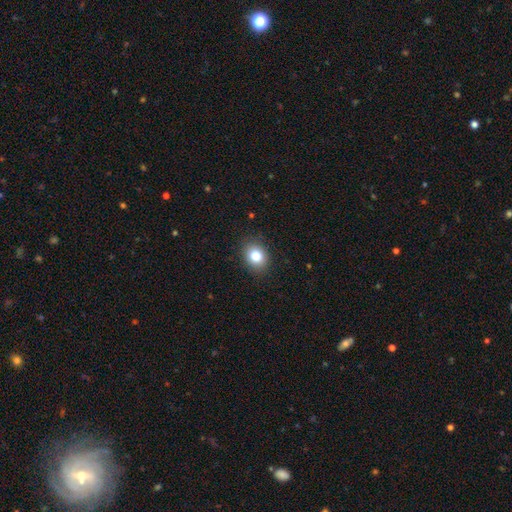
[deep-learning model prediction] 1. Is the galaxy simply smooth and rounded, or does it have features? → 81% smooth, 11% star or artifact, 8% featured or disk.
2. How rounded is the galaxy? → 56% round, 44% in between, 1% cigar-shaped.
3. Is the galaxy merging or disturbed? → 88% none, 8% minor disturbance, 2% major disturbance, 1% merger.